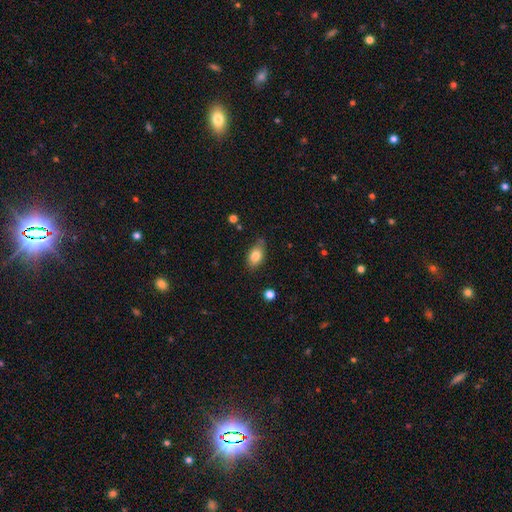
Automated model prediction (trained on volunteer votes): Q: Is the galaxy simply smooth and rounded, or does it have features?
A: smooth — 82%.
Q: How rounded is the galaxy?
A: in between — 86%.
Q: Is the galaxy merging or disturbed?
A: none — 73%.